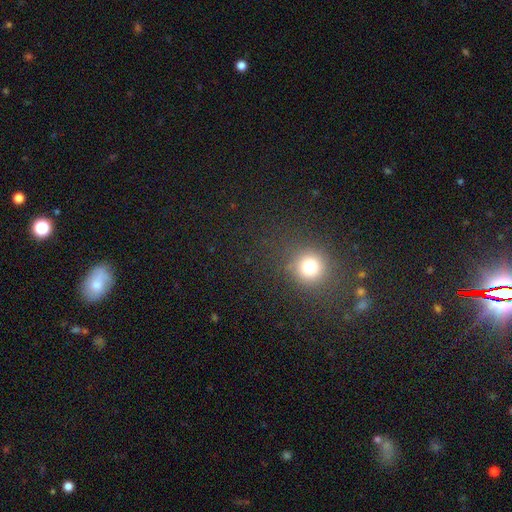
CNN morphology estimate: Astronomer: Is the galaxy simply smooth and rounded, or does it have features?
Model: smooth — 51% (runner-up: star or artifact, 42%).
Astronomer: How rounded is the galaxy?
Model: round — 83%.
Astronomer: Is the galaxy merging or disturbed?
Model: none — 83%.